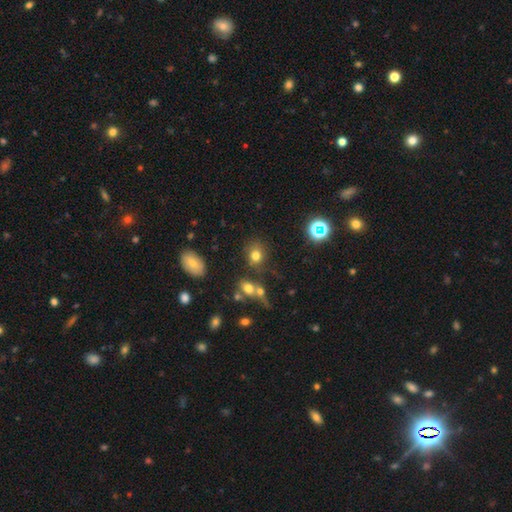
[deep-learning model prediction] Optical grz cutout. It shows a smooth galaxy with no disk features (74%) that is round (58%). Merging: none (70%).